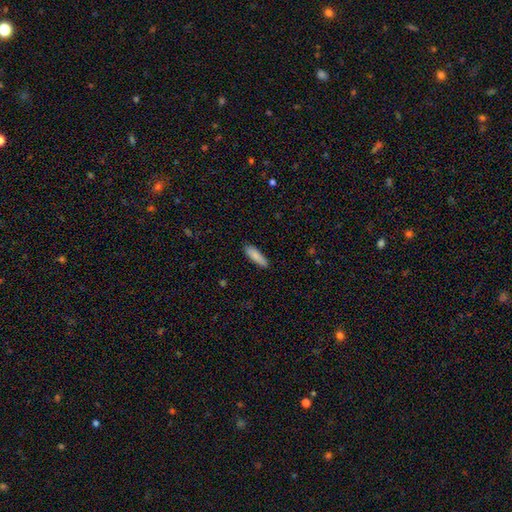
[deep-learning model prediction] A smooth galaxy with no disk features (86%) that is cigar-shaped (55%).

Vote fractions:
- Smooth or featured? smooth: 86% / featured or disk: 8% / star or artifact: 6%
- How rounded? cigar-shaped: 55% / in between: 44% / round: 2%
- Merging? none: 85% / minor disturbance: 12% / major disturbance: 2% / merger: 1%